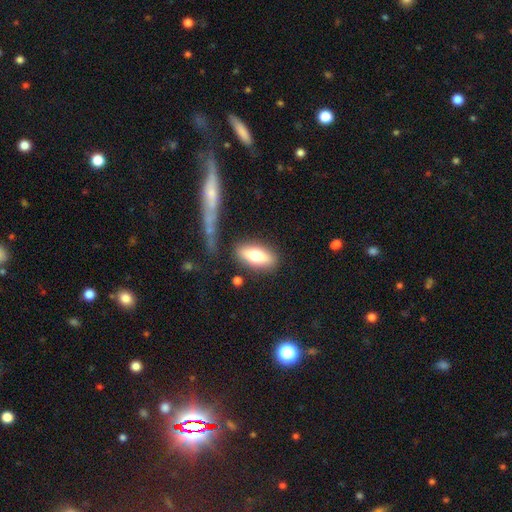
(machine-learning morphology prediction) Overall: smooth (65%; featured or disk 28%). How rounded: in between (73%). Merging: none (82%).